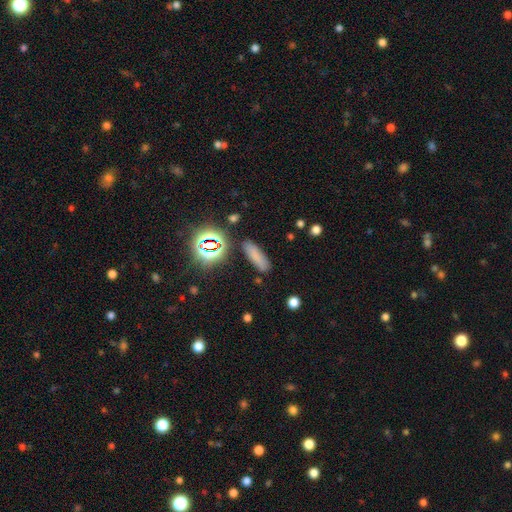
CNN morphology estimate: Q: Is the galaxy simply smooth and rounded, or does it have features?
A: smooth — 71%.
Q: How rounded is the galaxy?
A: cigar-shaped — 60%.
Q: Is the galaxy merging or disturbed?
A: none — 84%.